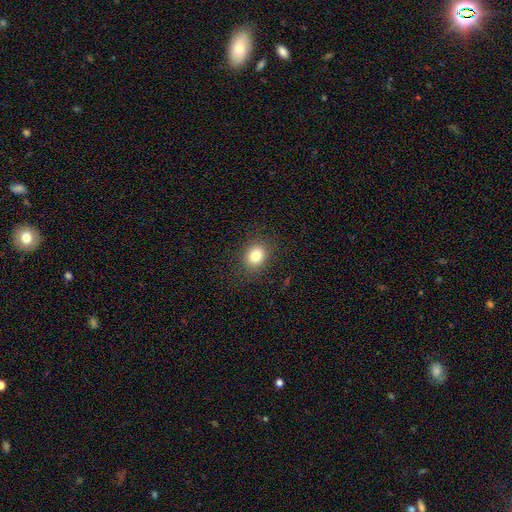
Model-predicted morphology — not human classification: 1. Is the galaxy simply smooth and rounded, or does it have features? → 81% smooth, 11% star or artifact, 8% featured or disk.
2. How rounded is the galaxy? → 52% round, 47% in between, 1% cigar-shaped.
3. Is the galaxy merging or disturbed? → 86% none, 9% minor disturbance, 4% major disturbance, 1% merger.